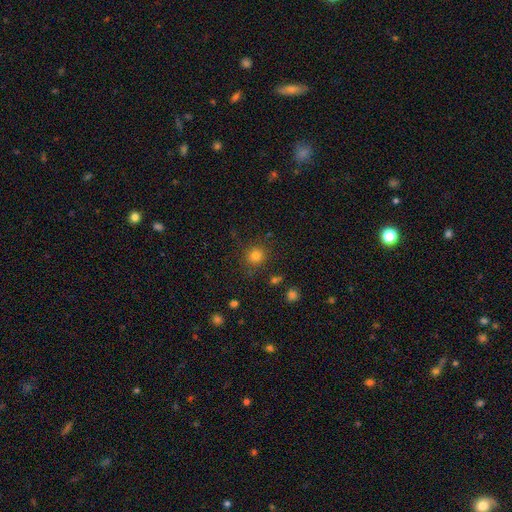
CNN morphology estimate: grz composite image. It shows a smooth galaxy with no disk features (80%) that is round (88%). Merging: none (83%).